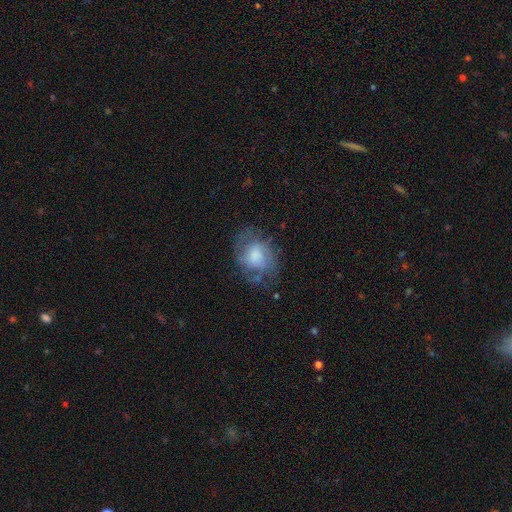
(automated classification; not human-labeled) A smooth galaxy with no disk features (51%) that is in between round and cigar-shaped (56%). Merging: none (53%).